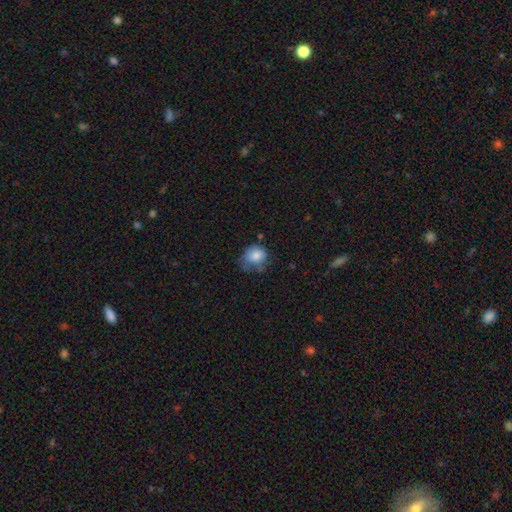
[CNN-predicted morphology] Smooth or featured: smooth — 79% (featured or disk — 12%)
How rounded: round — 65% (in between — 35%)
Merging: none — 42% (minor disturbance — 36%)